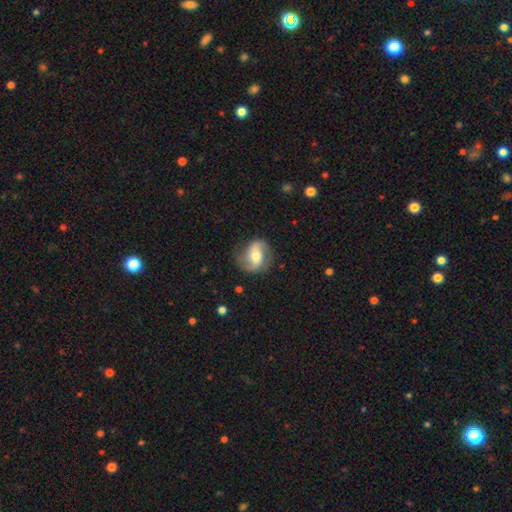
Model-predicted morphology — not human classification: Smooth or featured? featured or disk (69%)
Edge-on disk? no (96%)
Bar? weak (38%)
Spiral arms? yes (88%)
Spiral winding? loose (51%)
Spiral arm count? 2 (89%)
Bulge size? moderate (65%)
Merging? none (78%)